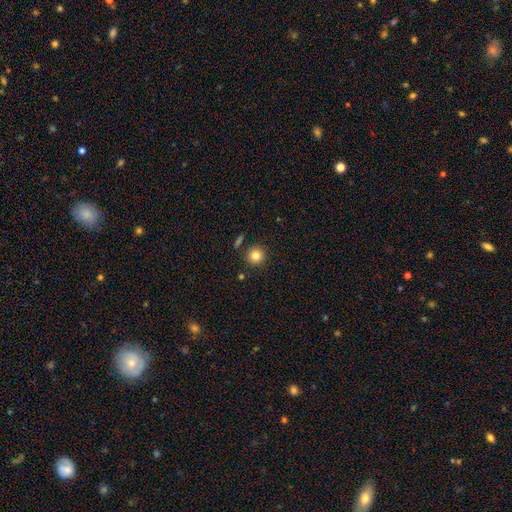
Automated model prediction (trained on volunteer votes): The model was most divided on "smooth or featured": smooth: 82%, star or artifact: 11%, featured or disk: 7%. More confident: how rounded — round (94%); merging — none (87%).